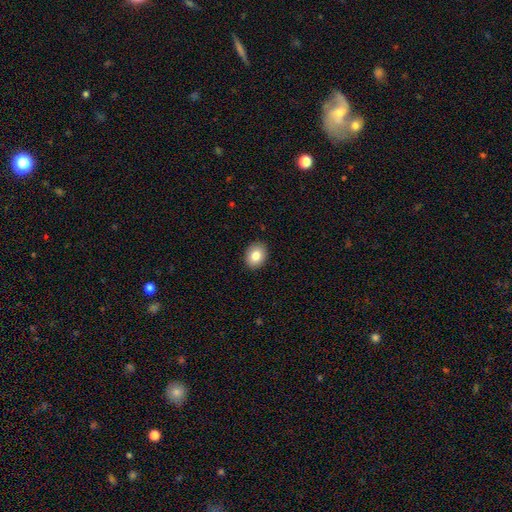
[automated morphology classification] Smooth or featured: smooth — 84% (star or artifact — 8%)
How rounded: in between — 56% (round — 43%)
Merging: none — 90% (minor disturbance — 7%)